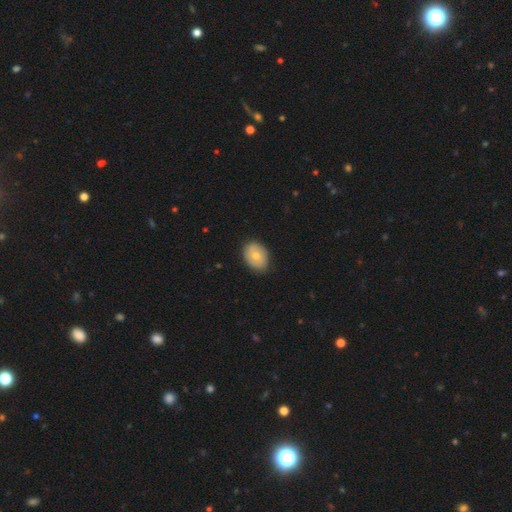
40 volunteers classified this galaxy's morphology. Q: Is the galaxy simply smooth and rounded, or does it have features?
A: smooth — 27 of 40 (68%).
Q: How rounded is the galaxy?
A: in between — 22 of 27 (81%).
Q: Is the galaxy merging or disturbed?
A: none — 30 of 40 (75%).